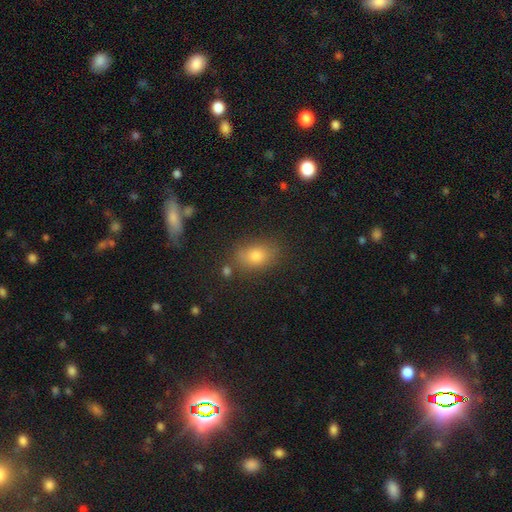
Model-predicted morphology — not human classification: Smooth or featured: smooth — 76% (star or artifact — 13%)
How rounded: in between — 77% (round — 21%)
Merging: none — 75% (minor disturbance — 15%)